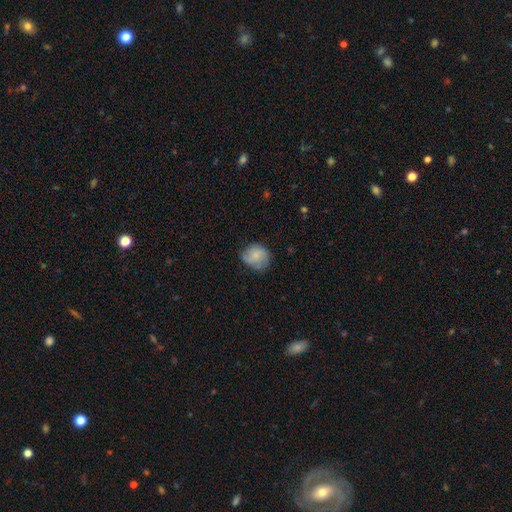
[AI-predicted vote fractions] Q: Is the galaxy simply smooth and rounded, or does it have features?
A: smooth — 63%.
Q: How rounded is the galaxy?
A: round — 67%.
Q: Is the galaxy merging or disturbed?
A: none — 63%.